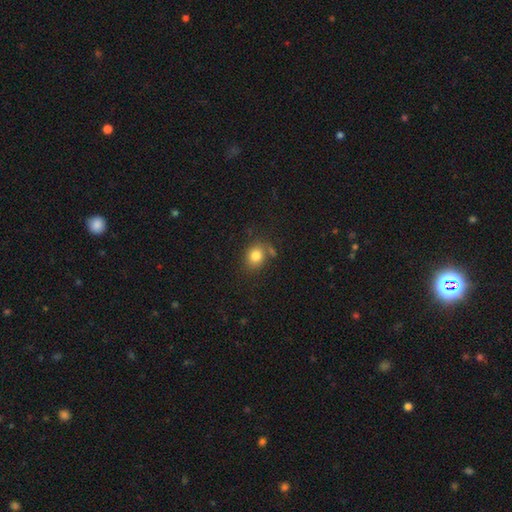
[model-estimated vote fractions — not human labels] smooth-or-featured: smooth: 82% | star or artifact: 11% | featured or disk: 7%
  how-rounded: round: 64% | in between: 35% | cigar-shaped: 1%
  merging: none: 69% | minor disturbance: 15% | merger: 10% | major disturbance: 5%